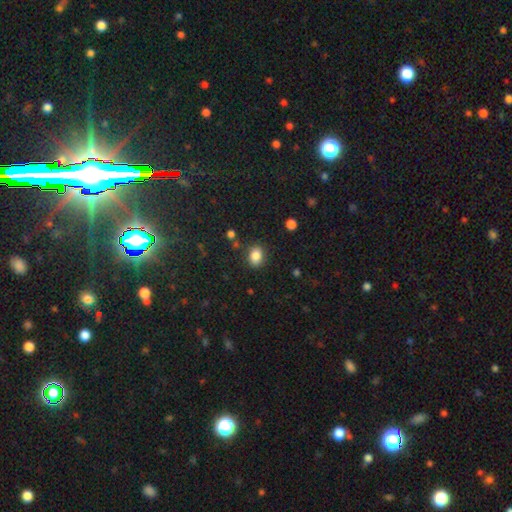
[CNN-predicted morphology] This appears to be a smooth galaxy with no disk features (85%) that is in between round and cigar-shaped (64%). Merging: none (82%).